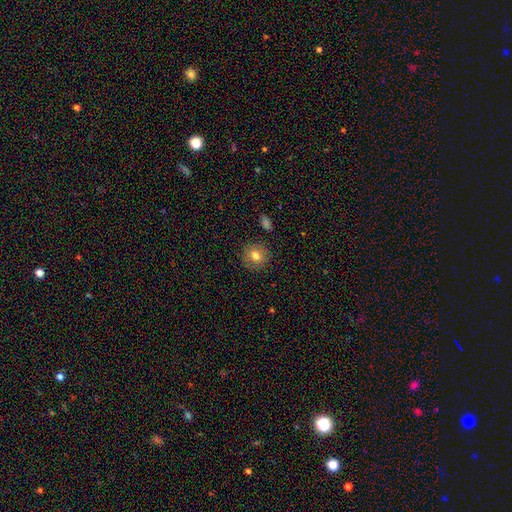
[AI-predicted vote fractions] Smooth or featured?
  - smooth: 77% *
  - featured or disk: 13%
  - star or artifact: 10%
How rounded?
  - round: 90% *
  - in between: 9%
  - cigar-shaped: 1%
Merging?
  - none: 87% *
  - minor disturbance: 9%
  - major disturbance: 2%
  - merger: 2%